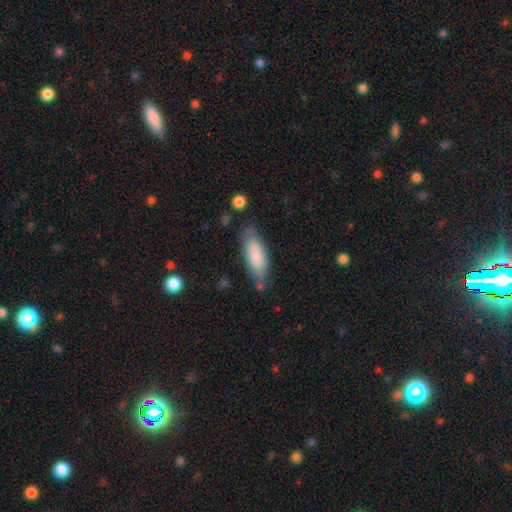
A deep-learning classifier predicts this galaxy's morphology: Smooth or featured?
  - smooth: 83% *
  - featured or disk: 11%
  - star or artifact: 6%
How rounded?
  - in between: 58% *
  - cigar-shaped: 40%
  - round: 2%
Merging?
  - none: 75% *
  - minor disturbance: 18%
  - major disturbance: 4%
  - merger: 3%